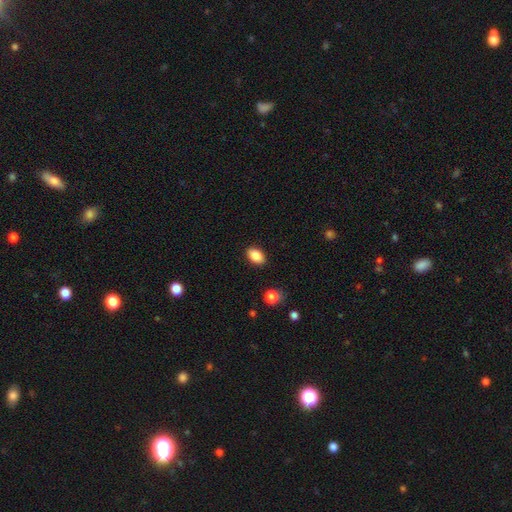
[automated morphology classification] This appears to be a smooth galaxy with no disk features (86%) that is in between round and cigar-shaped (89%). Merging: none (88%).